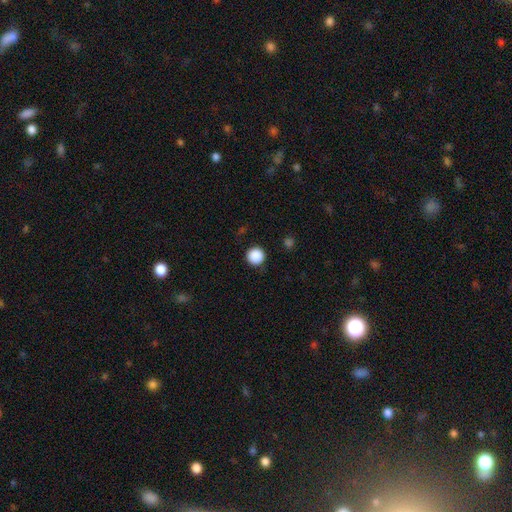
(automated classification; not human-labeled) Smooth or featured? smooth (88%)
How rounded? round (96%)
Merging? none (91%)